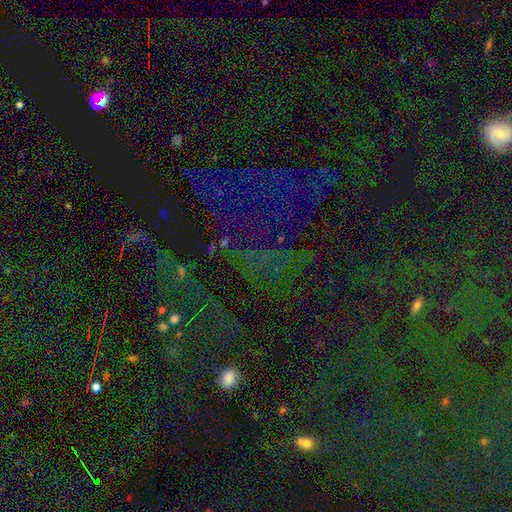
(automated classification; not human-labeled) A star or artifact, not a galaxy (79%).